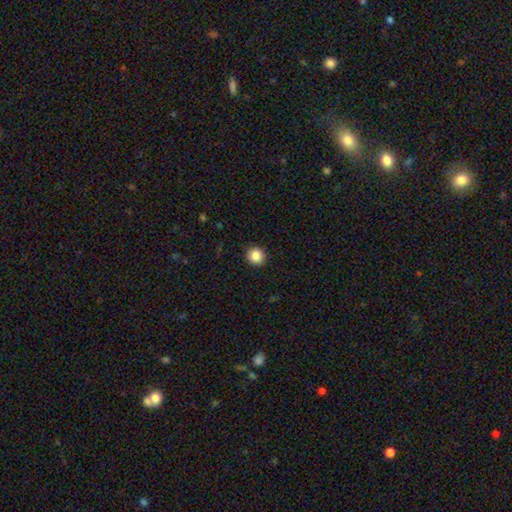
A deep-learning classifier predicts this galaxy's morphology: Smooth or featured? smooth (87%)
How rounded? round (94%)
Merging? none (92%)